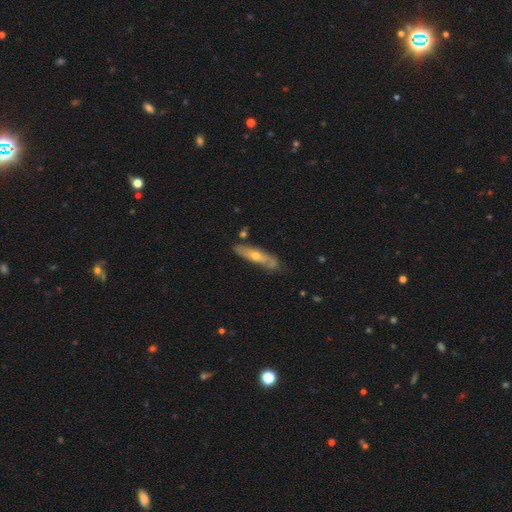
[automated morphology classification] Smooth or featured? Predicted: featured or disk (p=0.54). Edge-on disk? Predicted: yes (p=0.60). Merging? Predicted: none (p=0.68).